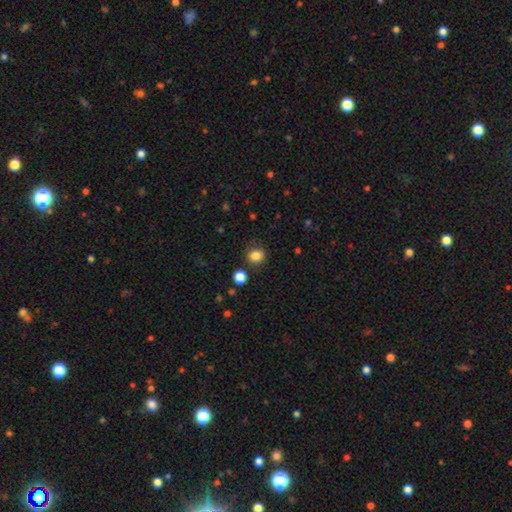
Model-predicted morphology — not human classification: A smooth galaxy with no disk features (84%) that is round (84%).

Vote fractions:
- Smooth or featured? smooth: 84% / star or artifact: 12% / featured or disk: 5%
- How rounded? round: 84% / in between: 15% / cigar-shaped: 1%
- Merging? none: 83% / minor disturbance: 10% / merger: 4% / major disturbance: 3%